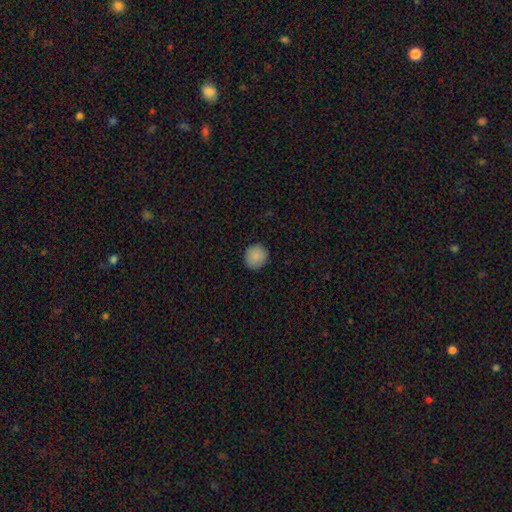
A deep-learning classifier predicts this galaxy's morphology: Smooth or featured: smooth — 87% (star or artifact — 8%)
How rounded: round — 89% (in between — 10%)
Merging: none — 89% (minor disturbance — 8%)